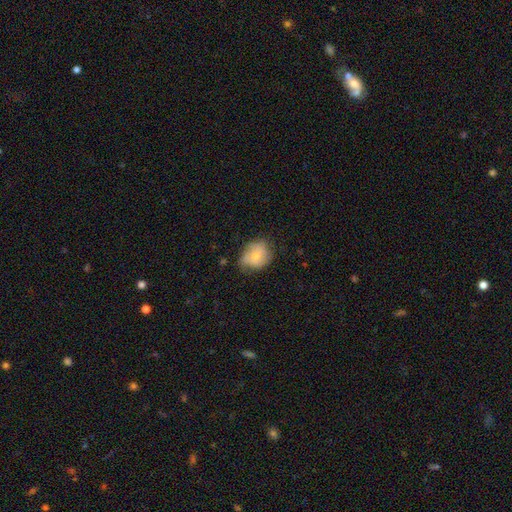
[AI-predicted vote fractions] smooth_or_featured: smooth (p=0.65) [alt: featured or disk p=0.27]
how_rounded: round (p=0.55) [alt: in between p=0.44]
merging: none (p=0.52) [alt: minor disturbance p=0.35]